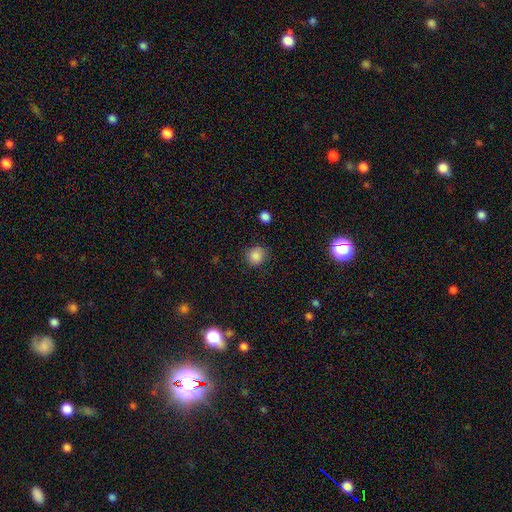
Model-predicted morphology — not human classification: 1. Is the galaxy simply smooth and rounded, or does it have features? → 85% smooth, 11% star or artifact, 4% featured or disk.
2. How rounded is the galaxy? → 85% round, 14% in between, 1% cigar-shaped.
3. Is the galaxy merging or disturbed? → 80% none, 14% minor disturbance, 4% major disturbance, 2% merger.